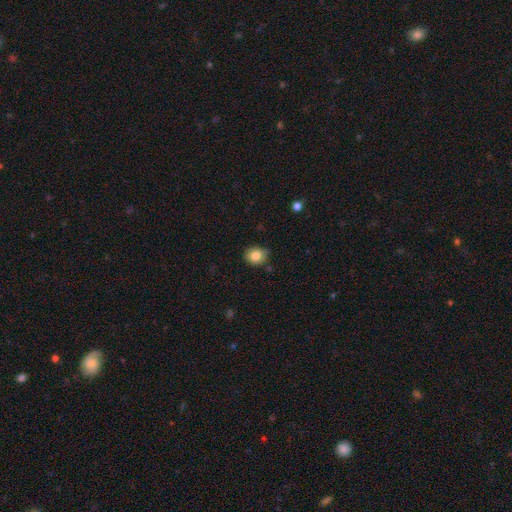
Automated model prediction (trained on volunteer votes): Smooth or featured?
  - smooth: 82% *
  - star or artifact: 10%
  - featured or disk: 8%
How rounded?
  - round: 65% *
  - in between: 34%
  - cigar-shaped: 1%
Merging?
  - none: 78% *
  - minor disturbance: 17%
  - major disturbance: 3%
  - merger: 2%